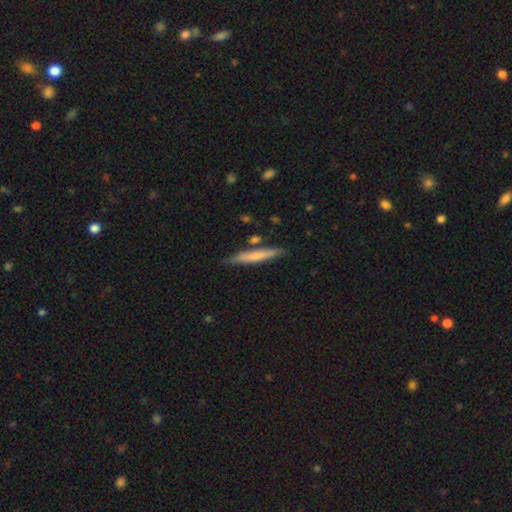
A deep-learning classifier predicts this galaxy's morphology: Smooth or featured? Predicted: smooth (p=0.66). How rounded? Predicted: cigar-shaped (p=0.94). Merging? Predicted: none (p=0.82).